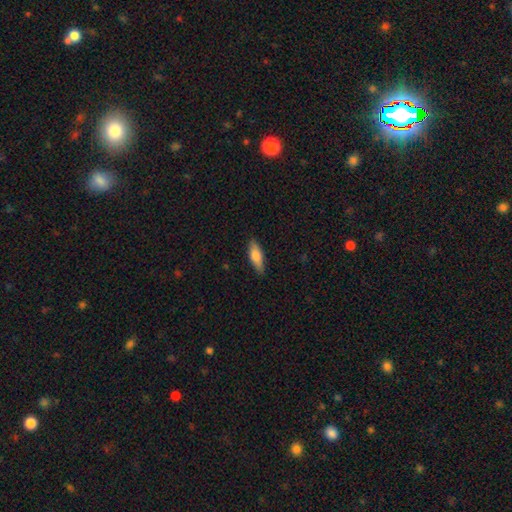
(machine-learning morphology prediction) smooth-or-featured: smooth: 76% | featured or disk: 18% | star or artifact: 6%
  how-rounded: in between: 61% | cigar-shaped: 36% | round: 2%
  merging: none: 85% | minor disturbance: 12% | major disturbance: 2% | merger: 1%